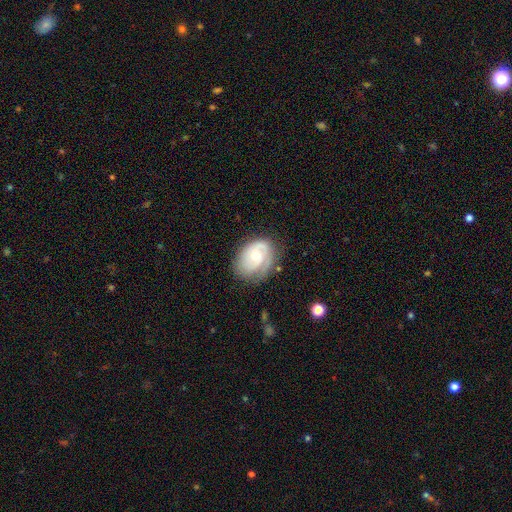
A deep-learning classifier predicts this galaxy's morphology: Q: Smooth or featured?
A: featured or disk (69%); runner-up: smooth (25%)
Q: Edge-on disk?
A: no (97%); runner-up: yes (3%)
Q: Bar?
A: no (71%); runner-up: weak (25%)
Q: Spiral arms?
A: yes (87%); runner-up: no (13%)
Q: Spiral winding?
A: tight (53%); runner-up: medium (33%)
Q: Spiral arm count?
A: 2 (38%); runner-up: 1 (31%)
Q: Bulge size?
A: moderate (56%); runner-up: small (39%)
Q: Merging?
A: none (65%); runner-up: minor disturbance (23%)